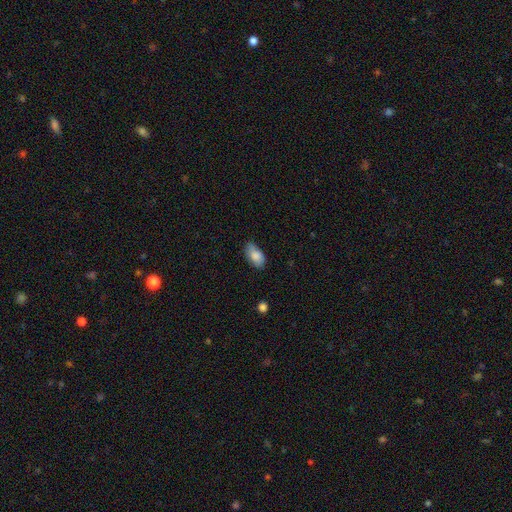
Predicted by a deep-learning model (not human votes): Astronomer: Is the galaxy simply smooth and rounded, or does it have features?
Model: smooth — 83%.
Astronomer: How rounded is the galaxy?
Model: in between — 93%.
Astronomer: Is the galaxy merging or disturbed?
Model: none — 69%.